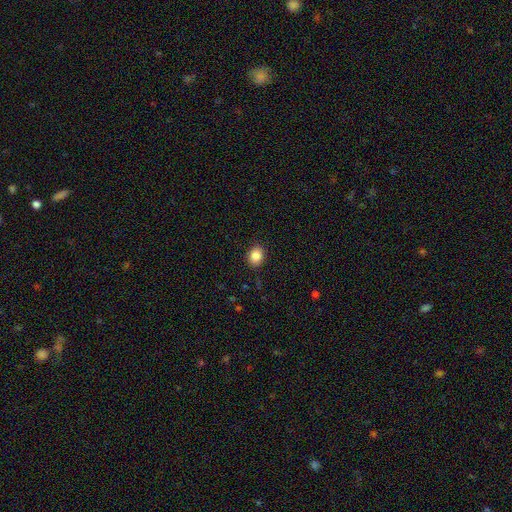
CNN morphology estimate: A smooth galaxy with no disk features (86%) that is in between round and cigar-shaped (56%). Merging: none (88%).